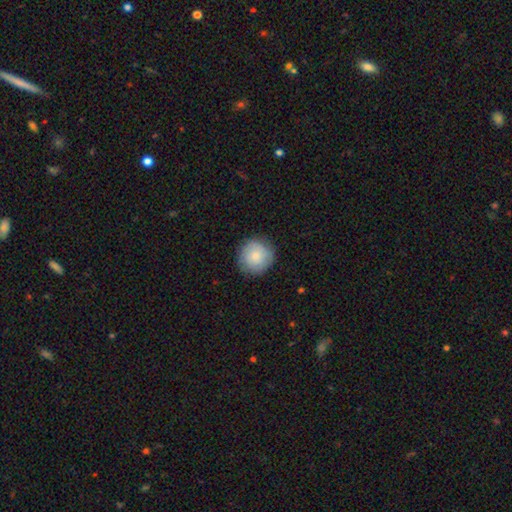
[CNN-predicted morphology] A smooth galaxy with no disk features (75%) that is round (94%).

Vote fractions:
- Smooth or featured? smooth: 75% / featured or disk: 19% / star or artifact: 7%
- How rounded? round: 94% / in between: 5% / cigar-shaped: 1%
- Merging? none: 85% / minor disturbance: 11% / major disturbance: 3% / merger: 1%